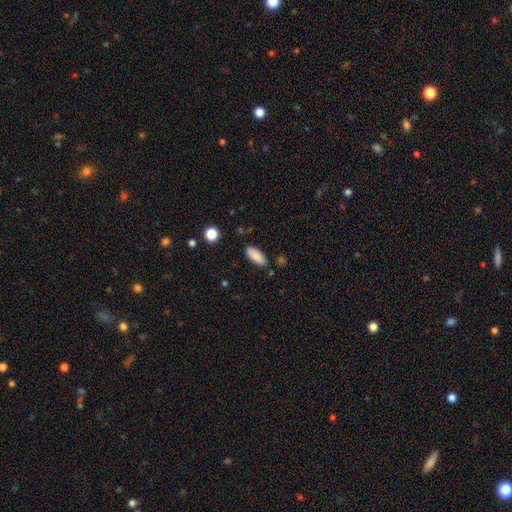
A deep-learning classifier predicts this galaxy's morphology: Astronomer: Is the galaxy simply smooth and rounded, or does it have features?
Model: smooth — 87%.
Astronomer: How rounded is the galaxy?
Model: in between — 82%.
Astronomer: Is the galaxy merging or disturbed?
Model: none — 83%.